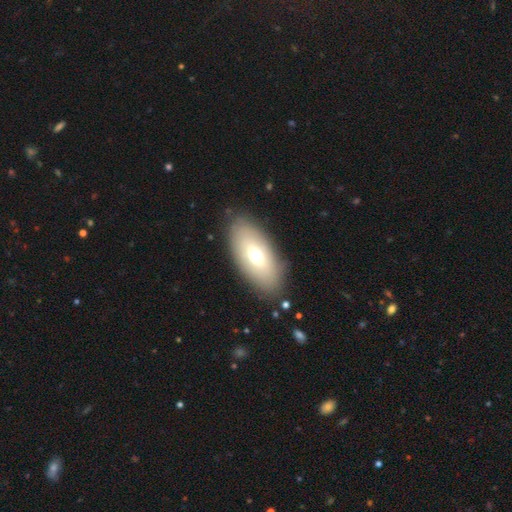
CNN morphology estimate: Smooth or featured? Predicted: smooth (p=0.64). How rounded? Predicted: in between (p=0.90). Merging? Predicted: none (p=0.85).